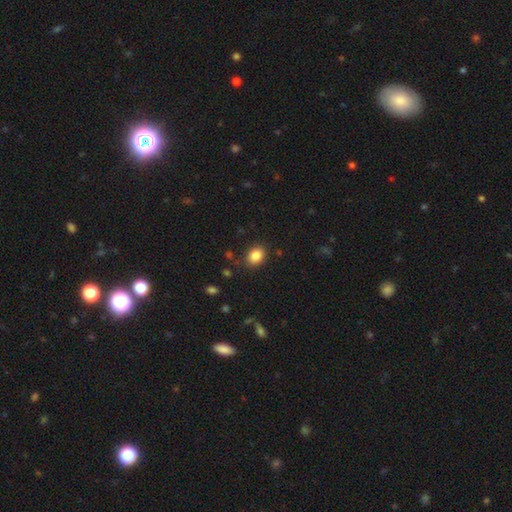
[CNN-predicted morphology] The model was most divided on "how rounded": in between: 60%, round: 40%, cigar-shaped: 1%. More confident: merging — none (86%); smooth or featured — smooth (85%).